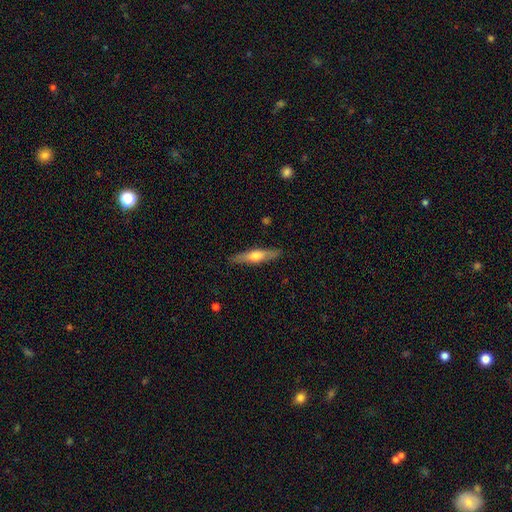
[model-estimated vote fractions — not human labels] smooth_or_featured: featured or disk (p=0.49) [alt: smooth p=0.46]
merging: none (p=0.88) [alt: minor disturbance p=0.09]